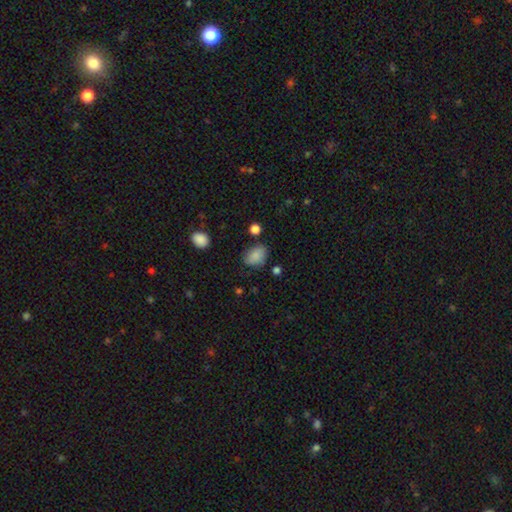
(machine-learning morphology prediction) Smooth or featured: smooth — 85% (star or artifact — 9%)
How rounded: in between — 73% (round — 26%)
Merging: none — 69% (minor disturbance — 22%)